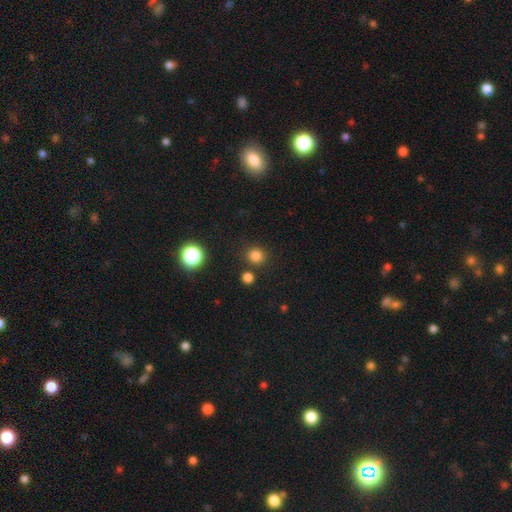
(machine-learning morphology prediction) A smooth galaxy with no disk features (80%) that is round (90%). Merging: none (84%).